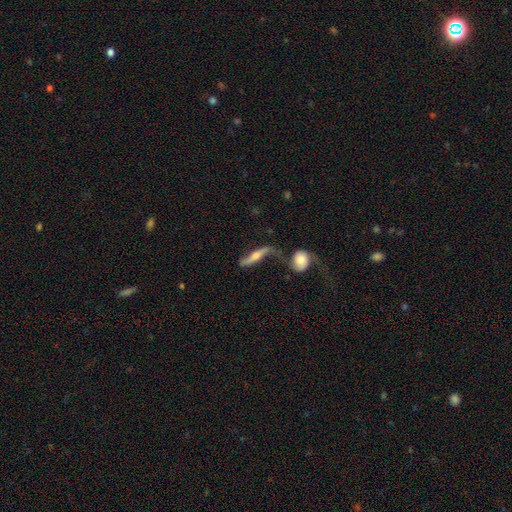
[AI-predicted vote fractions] The model was most divided on "edge-on disk": yes: 51%, no: 49%. Remaining: smooth or featured — featured or disk (67%); merging — none (45%).